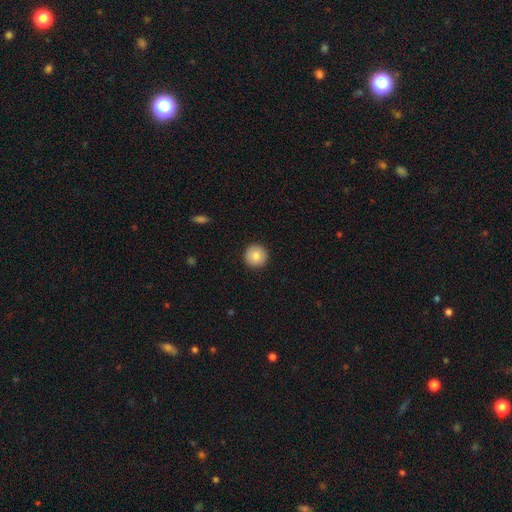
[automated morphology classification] smooth-or-featured: smooth: 84% | star or artifact: 8% | featured or disk: 8%
  how-rounded: round: 96% | in between: 3% | cigar-shaped: 1%
  merging: none: 93% | minor disturbance: 5% | major disturbance: 2% | merger: 1%